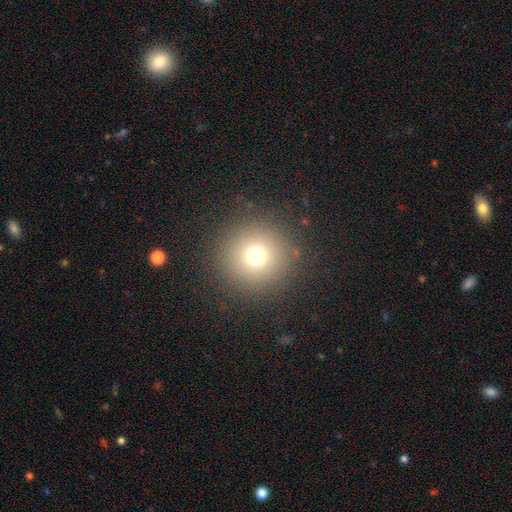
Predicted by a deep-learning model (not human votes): Smooth or featured? smooth (72%)
How rounded? round (96%)
Merging? none (90%)